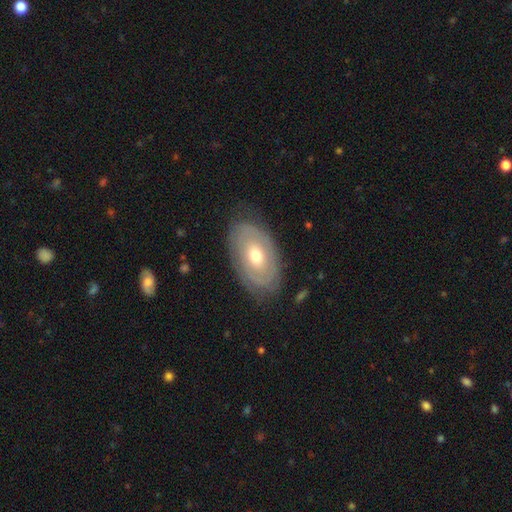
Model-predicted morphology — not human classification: Overall: featured or disk (59%; smooth 35%). Edge-on disk: no (91%). Bar: no (81%). Spiral arms: no (53%; yes 47%). Bulge size: moderate (67%; small 27%). Merging: none (78%).